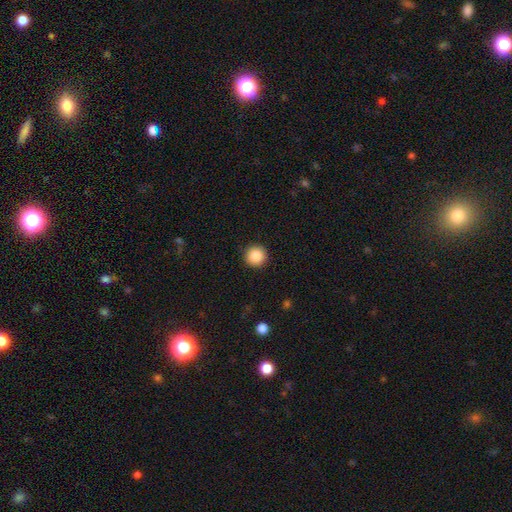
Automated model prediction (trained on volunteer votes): Q: Smooth or featured?
A: smooth (87%); runner-up: star or artifact (9%)
Q: How rounded?
A: round (96%); runner-up: in between (3%)
Q: Merging?
A: none (93%); runner-up: minor disturbance (5%)